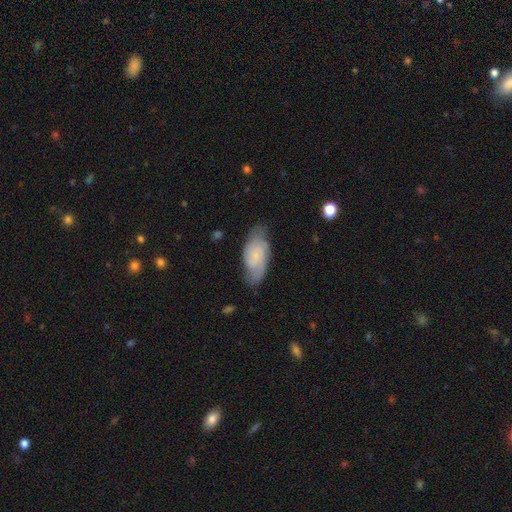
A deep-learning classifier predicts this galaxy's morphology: Overall: smooth (47%; featured or disk 46%). Merging: none (69%).